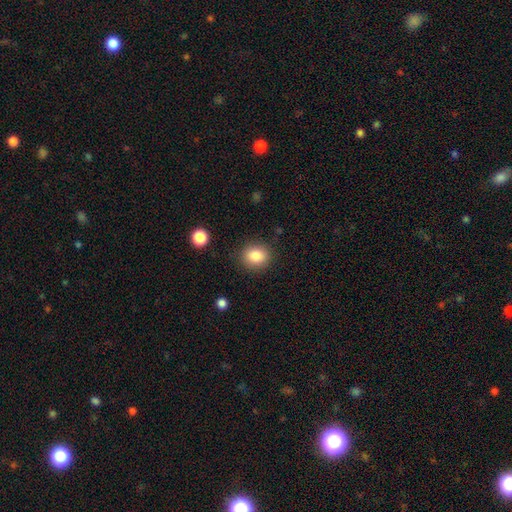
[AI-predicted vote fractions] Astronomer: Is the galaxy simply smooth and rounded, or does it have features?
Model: smooth — 84%.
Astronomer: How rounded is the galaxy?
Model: round — 73%.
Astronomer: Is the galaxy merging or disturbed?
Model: none — 87%.